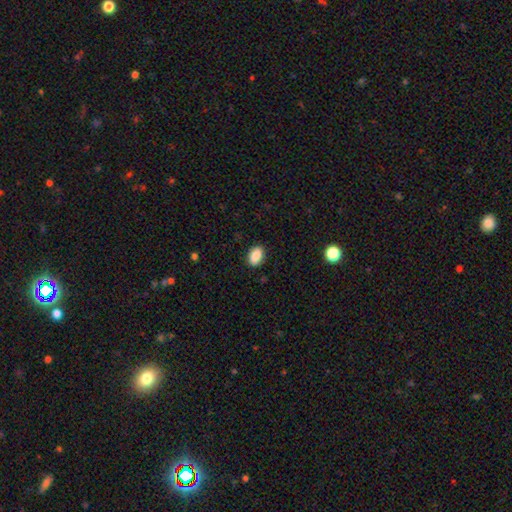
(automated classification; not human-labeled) The model was most divided on "how rounded": in between: 83%, round: 15%, cigar-shaped: 1%. More confident: merging — none (86%); smooth or featured — smooth (85%).